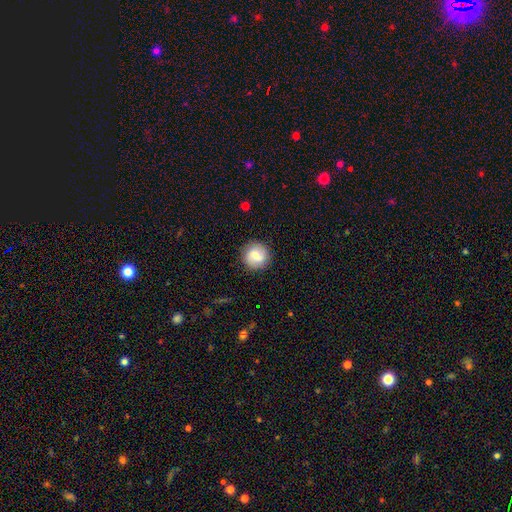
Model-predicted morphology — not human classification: This appears to be a smooth galaxy with no disk features (66%) that is round (92%). Merging: none (87%).